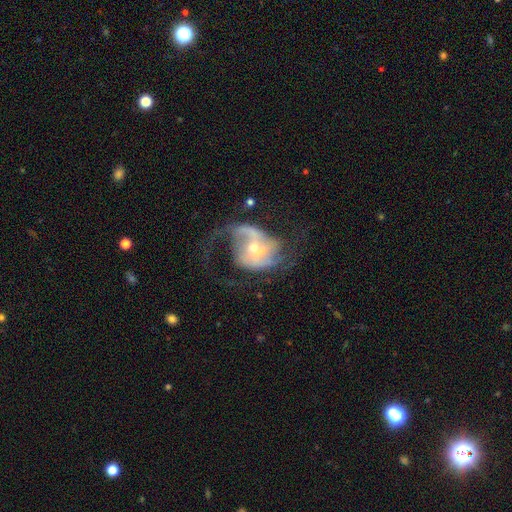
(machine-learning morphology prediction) Overall: featured or disk (80%). Edge-on disk: no (97%). Bar: no (48%; weak 34%). Spiral arms: yes (87%). Spiral arm count: 2 (63%). Spiral winding: loose (48%; medium 38%). Bulge size: small (50%; moderate 45%). Merging: none (38%; major disturbance 36%).